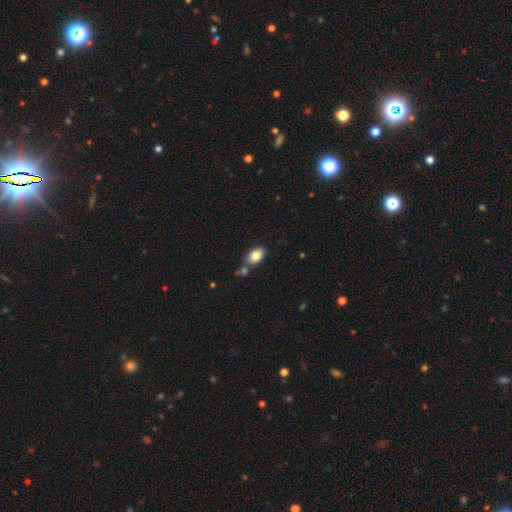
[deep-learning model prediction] Overall: smooth (83%). How rounded: in between (88%). Merging: none (62%).